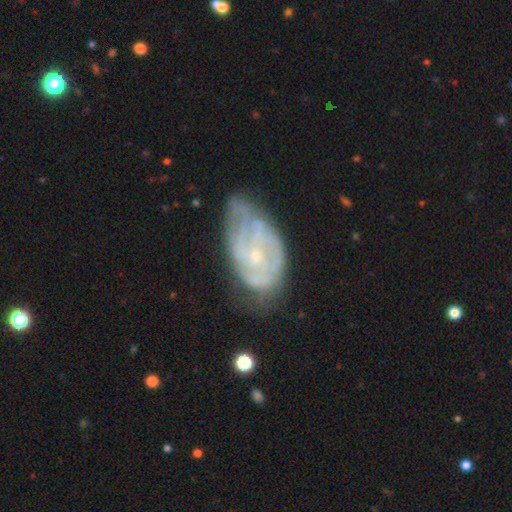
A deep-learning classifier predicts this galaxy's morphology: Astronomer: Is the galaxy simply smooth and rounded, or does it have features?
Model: featured or disk — 71%.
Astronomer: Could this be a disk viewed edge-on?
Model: no — 96%.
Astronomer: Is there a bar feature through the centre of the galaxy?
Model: no — 78%.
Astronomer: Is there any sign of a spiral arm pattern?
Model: yes — 63%.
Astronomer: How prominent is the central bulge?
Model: small — 71%.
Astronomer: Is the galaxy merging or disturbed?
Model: none — 39% (runner-up: minor disturbance, 37%).